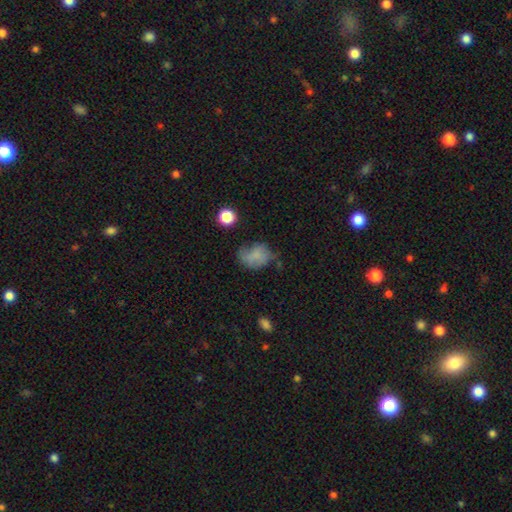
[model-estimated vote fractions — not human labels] The model was most divided on "merging": none: 39%, minor disturbance: 33%, major disturbance: 22%, merger: 5%. More confident: smooth or featured — smooth (68%); how rounded — in between (64%).